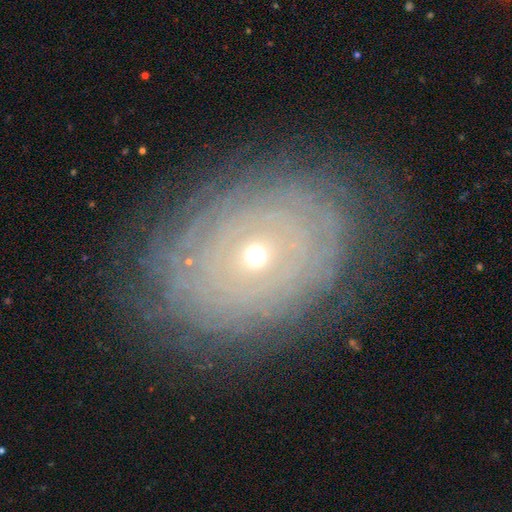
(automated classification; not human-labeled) Smooth or featured?
  - featured or disk: 77% *
  - smooth: 15%
  - star or artifact: 8%
Edge-on disk?
  - no: 96% *
  - yes: 4%
Bar?
  - no: 85% *
  - weak: 11%
  - strong: 4%
Spiral arms?
  - yes: 80% *
  - no: 20%
Spiral winding?
  - tight: 89% *
  - medium: 8%
  - loose: 3%
Spiral arm count?
  - can't tell: 47% *
  - more than 4: 23%
  - 4: 9%
  - 2: 8%
  - 3: 7%
  - 1: 6%
Bulge size?
  - small: 62% *
  - moderate: 34%
  - large: 2%
  - dominant: 1%
  - none: 1%
Merging?
  - none: 81% *
  - minor disturbance: 12%
  - major disturbance: 5%
  - merger: 1%